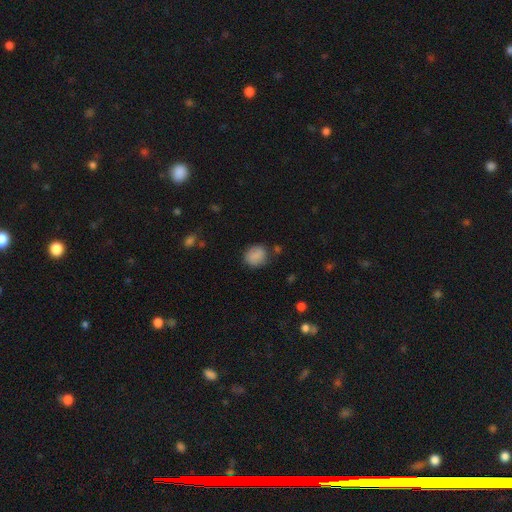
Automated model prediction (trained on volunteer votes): Overall: smooth (84%). How rounded: round (66%; in between 33%). Merging: none (72%).